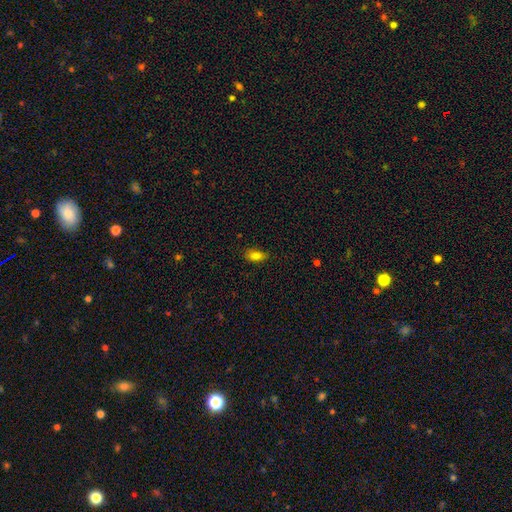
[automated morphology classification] Smooth or featured?
  - smooth: 82% *
  - star or artifact: 11%
  - featured or disk: 7%
How rounded?
  - in between: 88% *
  - round: 6%
  - cigar-shaped: 6%
Merging?
  - none: 78% *
  - minor disturbance: 17%
  - major disturbance: 3%
  - merger: 1%